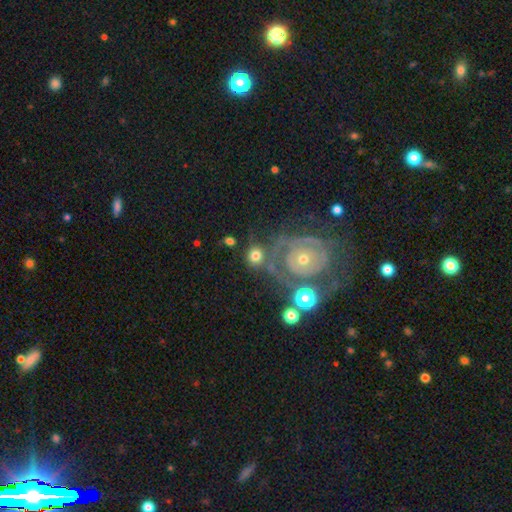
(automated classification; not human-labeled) smooth 59%, featured or disk 32%, star or artifact 9%. Down the decision tree: how rounded — round (84%); merging — none (54%).